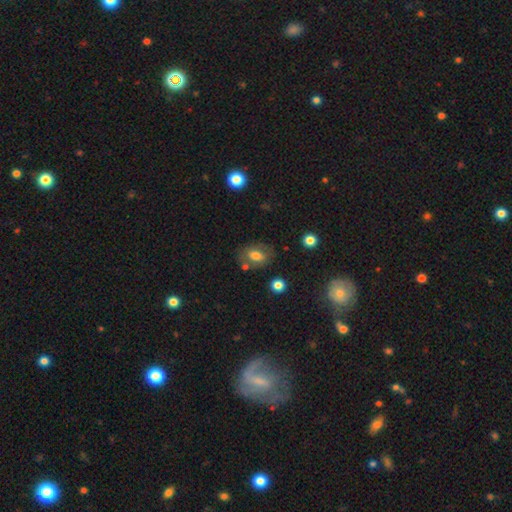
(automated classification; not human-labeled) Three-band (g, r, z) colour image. It shows a smooth galaxy with no disk features (67%) that is in between round and cigar-shaped (74%). Merging: none (68%).